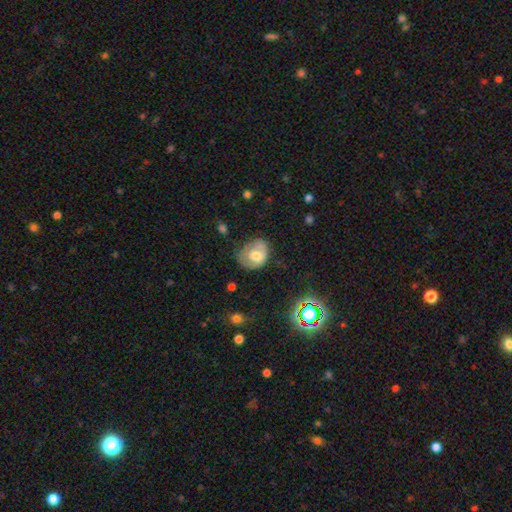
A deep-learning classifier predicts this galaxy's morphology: A smooth galaxy with no disk features (60%) that is round (50%). Merging: none (43%).